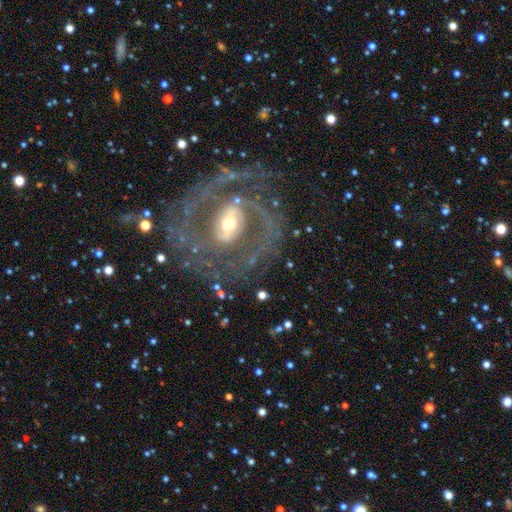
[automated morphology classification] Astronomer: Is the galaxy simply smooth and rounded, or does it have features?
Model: featured or disk — 84%.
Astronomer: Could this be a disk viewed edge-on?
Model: no — 96%.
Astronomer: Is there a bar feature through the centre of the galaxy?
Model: weak — 34% (runner-up: strong, 33%).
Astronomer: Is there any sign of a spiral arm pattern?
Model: yes — 82%.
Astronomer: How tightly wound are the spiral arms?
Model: tight — 49% (runner-up: medium, 39%).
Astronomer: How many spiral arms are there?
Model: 2 — 67%.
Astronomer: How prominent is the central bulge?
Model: moderate — 45% (runner-up: small, 42%).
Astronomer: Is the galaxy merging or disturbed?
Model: none — 74%.